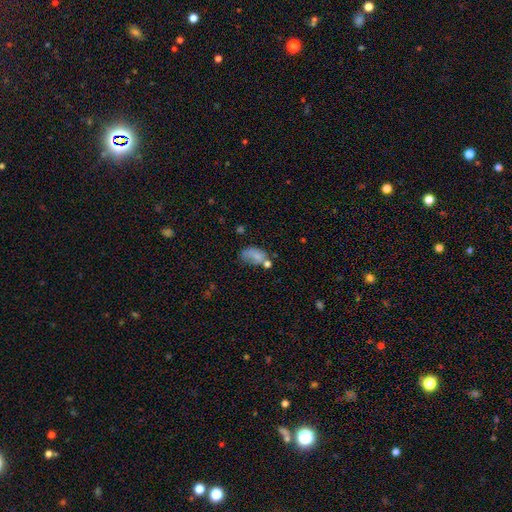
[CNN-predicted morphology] Smooth or featured? Predicted: smooth (p=0.71). How rounded? Predicted: in between (p=0.88). Merging? Predicted: none (p=0.36).